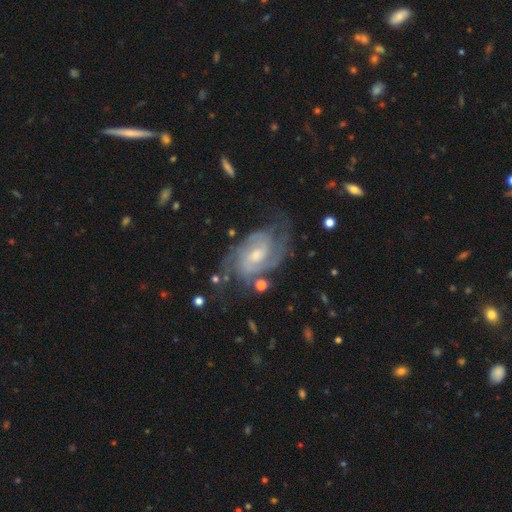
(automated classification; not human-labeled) Smooth or featured? featured or disk (89%)
Edge-on disk? no (97%)
Bar? weak (48%)
Spiral arms? yes (97%)
Spiral winding? tight (54%)
Spiral arm count? 2 (60%)
Bulge size? moderate (47%)
Merging? none (67%)